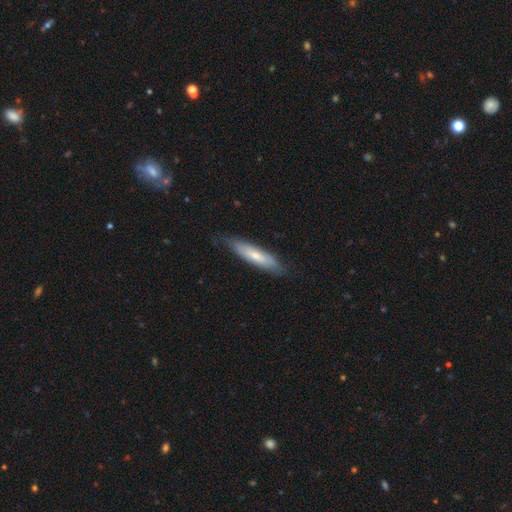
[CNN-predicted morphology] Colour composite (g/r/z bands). It shows a smooth galaxy with no disk features (61%) that is cigar-shaped (75%). Merging: none (76%).